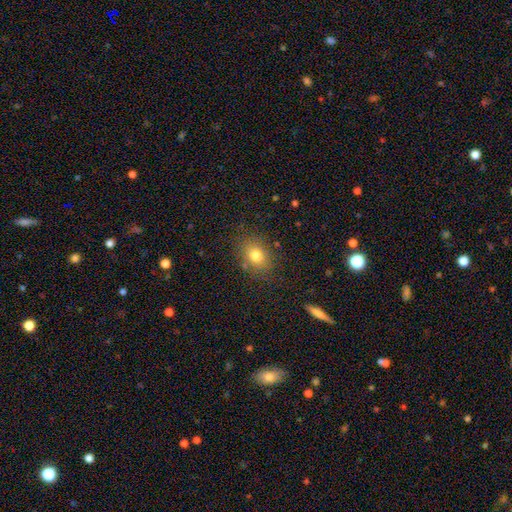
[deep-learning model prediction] This appears to be a smooth galaxy with no disk features (78%) that is in between round and cigar-shaped (61%). Merging: none (82%).